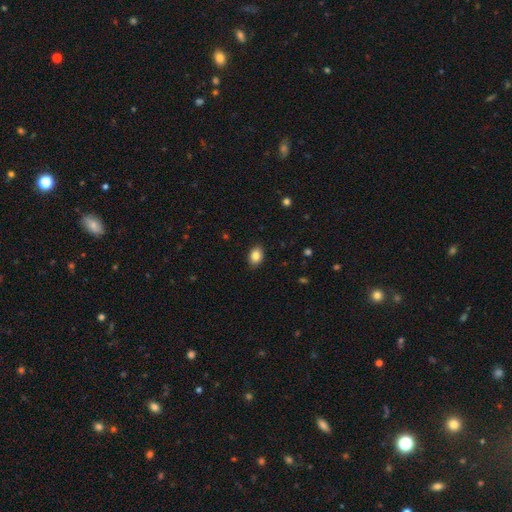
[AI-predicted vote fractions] smooth_or_featured: smooth (p=0.86) [alt: star or artifact p=0.08]
how_rounded: in between (p=0.77) [alt: round p=0.22]
merging: none (p=0.88) [alt: minor disturbance p=0.09]